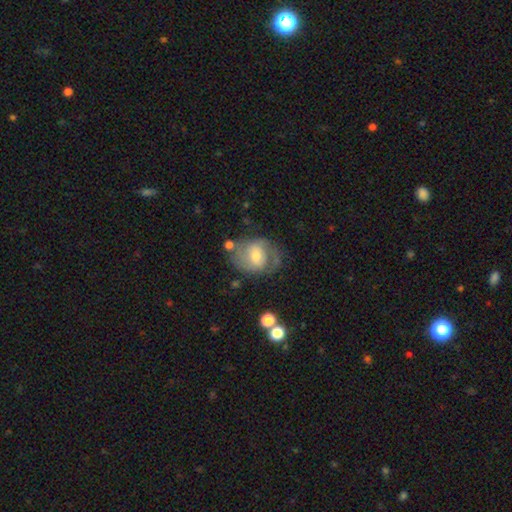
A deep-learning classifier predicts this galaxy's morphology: Overall: featured or disk (59%; smooth 33%). Edge-on disk: no (96%). Bar: weak (47%; no 37%). Spiral arms: yes (75%). Bulge size: moderate (58%; small 32%). Merging: none (56%; minor disturbance 23%).